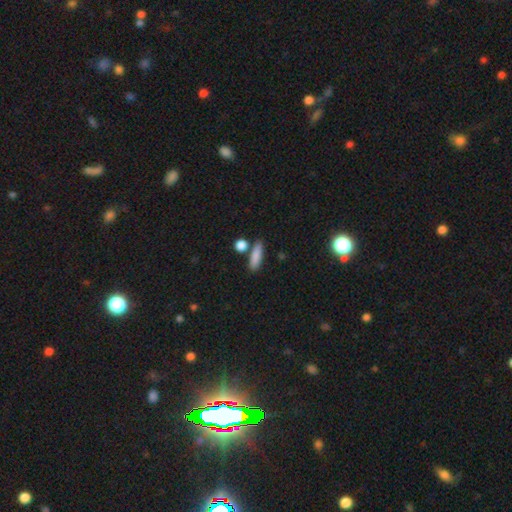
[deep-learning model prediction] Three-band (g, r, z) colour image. It shows a smooth galaxy with no disk features (85%) that is cigar-shaped (54%). Merging: none (75%).